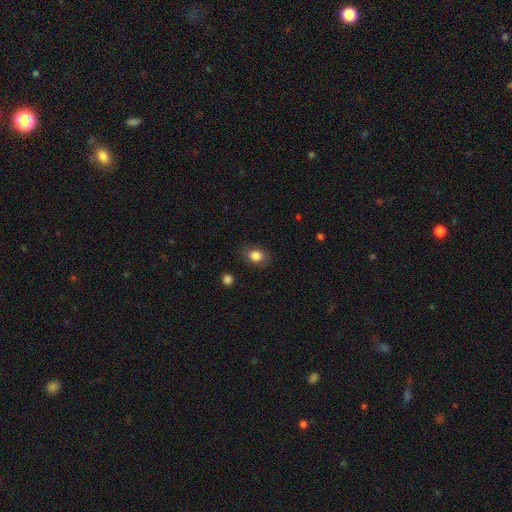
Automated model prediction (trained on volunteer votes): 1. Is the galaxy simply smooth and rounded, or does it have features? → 84% smooth, 9% star or artifact, 6% featured or disk.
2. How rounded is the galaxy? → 70% in between, 29% round, 1% cigar-shaped.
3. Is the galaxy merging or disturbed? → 82% none, 13% minor disturbance, 3% major disturbance, 1% merger.